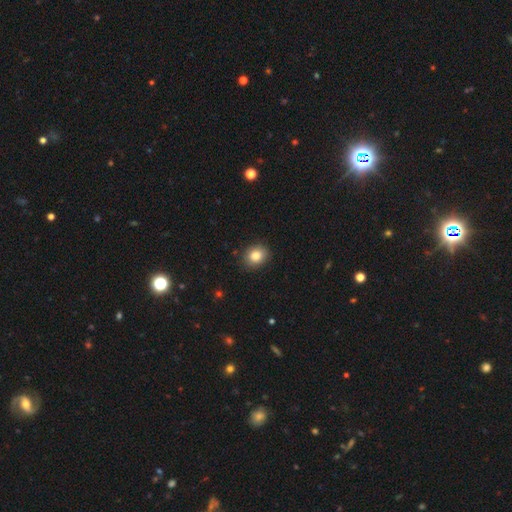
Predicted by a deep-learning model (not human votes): This is clearly a smooth galaxy (84%). How rounded: likely round (63%). Merging: clearly none (87%).